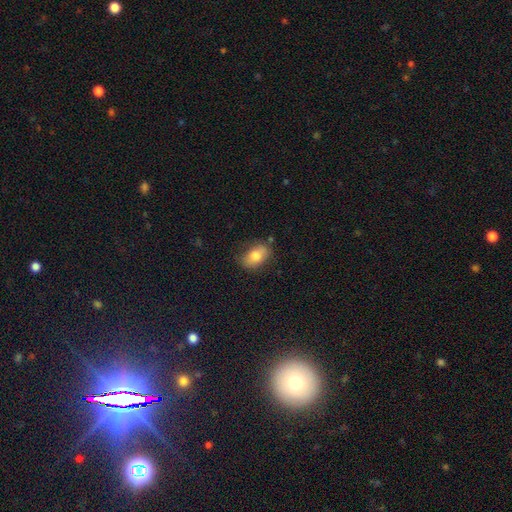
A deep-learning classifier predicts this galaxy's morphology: This appears to be a smooth galaxy with no disk features (77%) that is in between round and cigar-shaped (87%). Merging: none (73%).